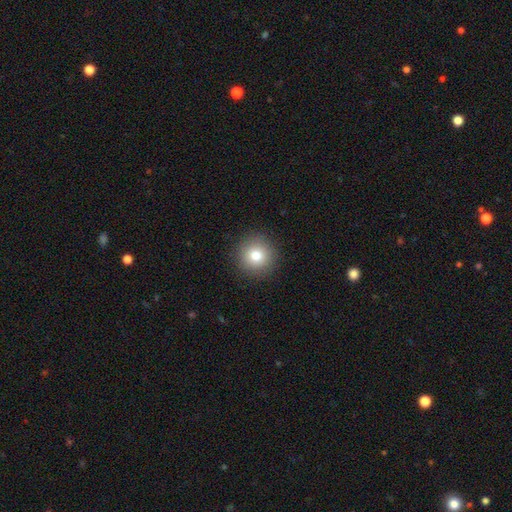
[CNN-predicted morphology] This appears to be a smooth galaxy with no disk features (80%) that is round (94%). Merging: none (91%).